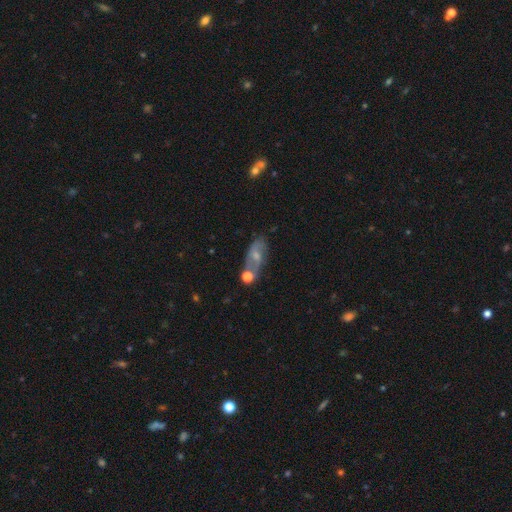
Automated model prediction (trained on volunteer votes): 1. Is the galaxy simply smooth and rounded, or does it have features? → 51% featured or disk, 38% smooth, 11% star or artifact.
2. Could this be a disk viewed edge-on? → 88% no, 12% yes.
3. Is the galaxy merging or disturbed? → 53% none, 22% minor disturbance, 15% merger, 10% major disturbance.